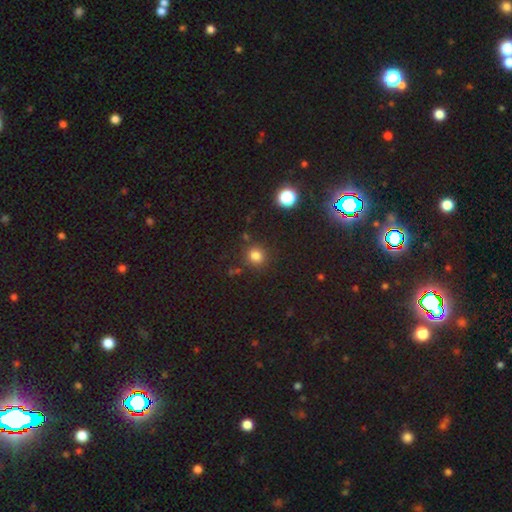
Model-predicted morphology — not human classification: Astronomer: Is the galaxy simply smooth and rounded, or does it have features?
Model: smooth — 79%.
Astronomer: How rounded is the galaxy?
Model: round — 89%.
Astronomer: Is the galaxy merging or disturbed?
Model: none — 85%.